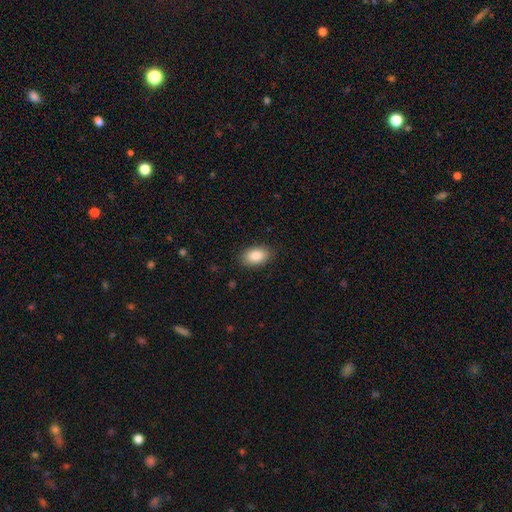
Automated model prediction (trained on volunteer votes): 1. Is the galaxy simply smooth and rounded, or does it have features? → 87% smooth, 7% star or artifact, 6% featured or disk.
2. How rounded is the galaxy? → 92% in between, 7% round, 2% cigar-shaped.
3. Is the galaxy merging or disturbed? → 86% none, 10% minor disturbance, 2% major disturbance, 1% merger.